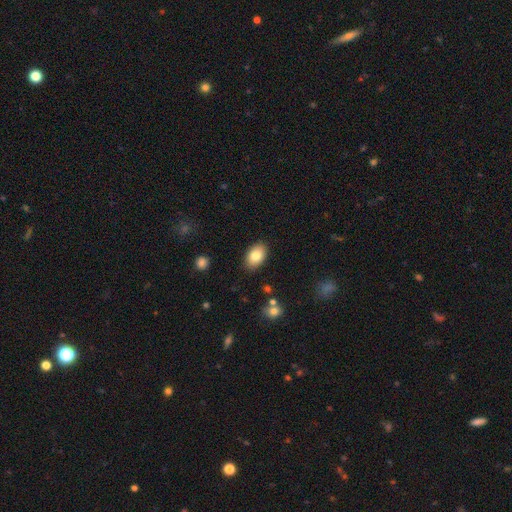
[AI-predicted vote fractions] Smooth or featured?
  - smooth: 81% *
  - featured or disk: 11%
  - star or artifact: 7%
How rounded?
  - in between: 91% *
  - round: 8%
  - cigar-shaped: 1%
Merging?
  - none: 87% *
  - minor disturbance: 9%
  - major disturbance: 2%
  - merger: 1%